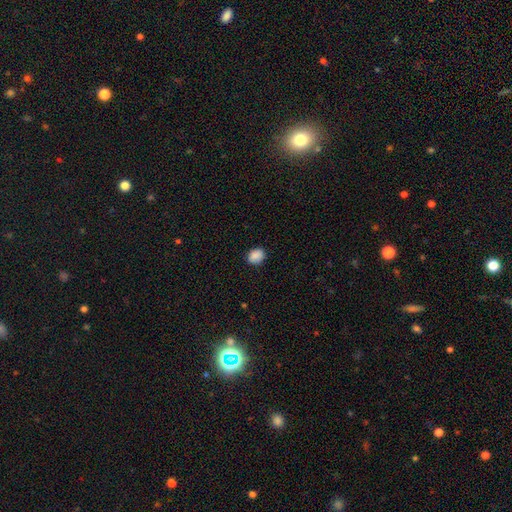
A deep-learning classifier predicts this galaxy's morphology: Smooth or featured: smooth — 88% (star or artifact — 8%)
How rounded: round — 51% (in between — 48%)
Merging: none — 85% (minor disturbance — 12%)